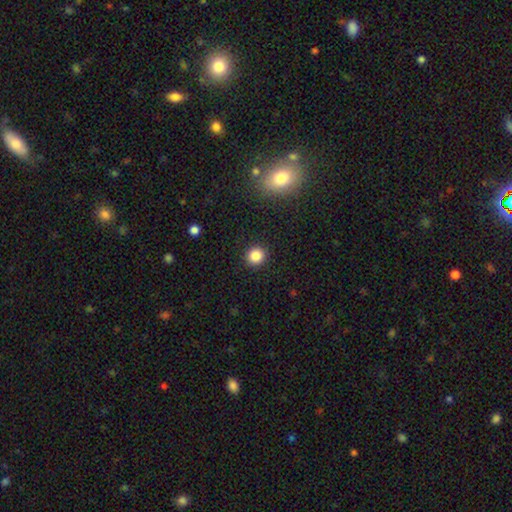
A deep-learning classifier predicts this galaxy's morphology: This appears to be a smooth galaxy with no disk features (85%) that is round (90%). Merging: none (92%).